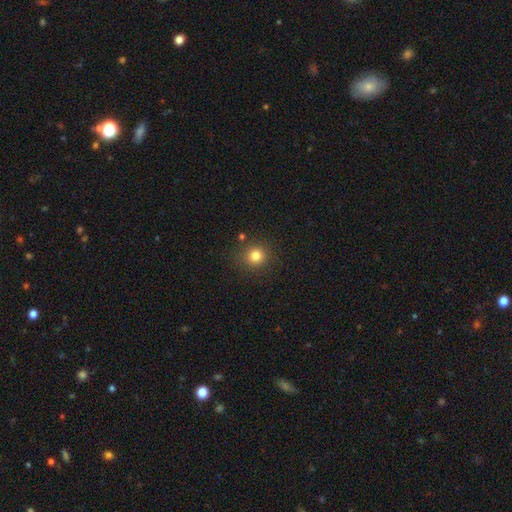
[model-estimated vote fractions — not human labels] Smooth or featured? Predicted: smooth (p=0.80). How rounded? Predicted: round (p=0.91). Merging? Predicted: none (p=0.85).